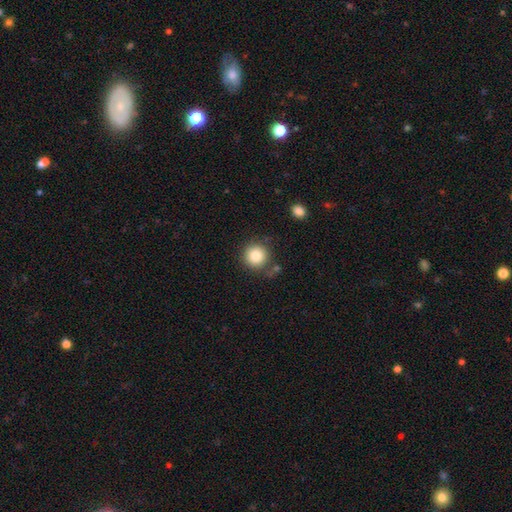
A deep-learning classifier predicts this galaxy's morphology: Smooth or featured?
  - smooth: 85% *
  - star or artifact: 9%
  - featured or disk: 6%
How rounded?
  - round: 94% *
  - in between: 5%
  - cigar-shaped: 1%
Merging?
  - none: 78% *
  - minor disturbance: 12%
  - merger: 6%
  - major disturbance: 4%